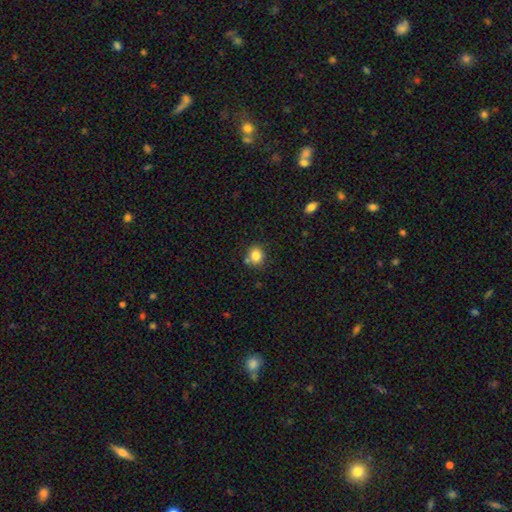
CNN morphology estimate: smooth_or_featured: smooth (p=0.83) [alt: star or artifact p=0.11]
how_rounded: round (p=0.74) [alt: in between p=0.25]
merging: none (p=0.71) [alt: minor disturbance p=0.14]